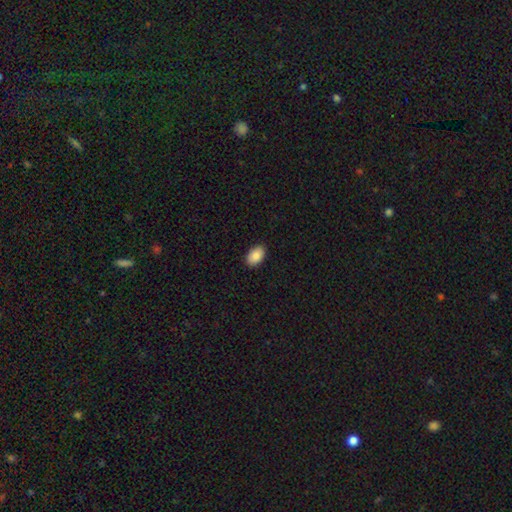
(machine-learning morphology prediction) type=smooth (90%); roundness=in between (92%); merging=none (90%).